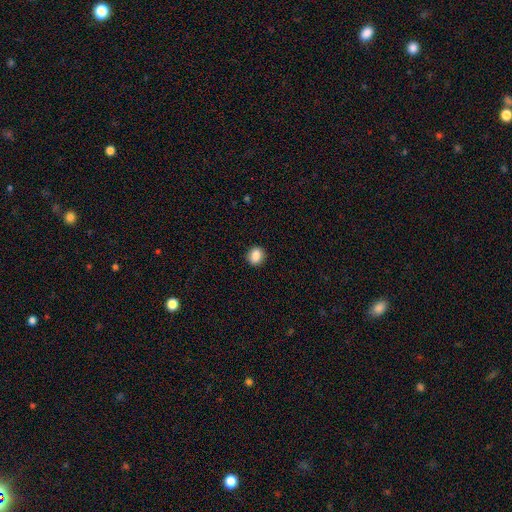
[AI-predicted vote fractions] The model was most divided on "how rounded": round: 64%, in between: 35%, cigar-shaped: 1%. More confident: merging — none (90%); smooth or featured — smooth (87%).